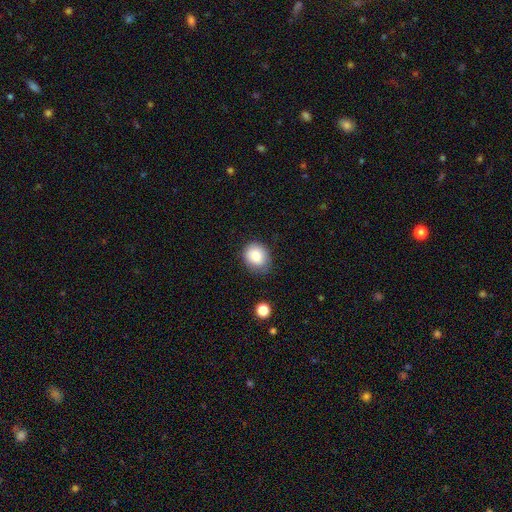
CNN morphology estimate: Overall: smooth (84%). How rounded: round (62%; in between 38%). Merging: none (71%).